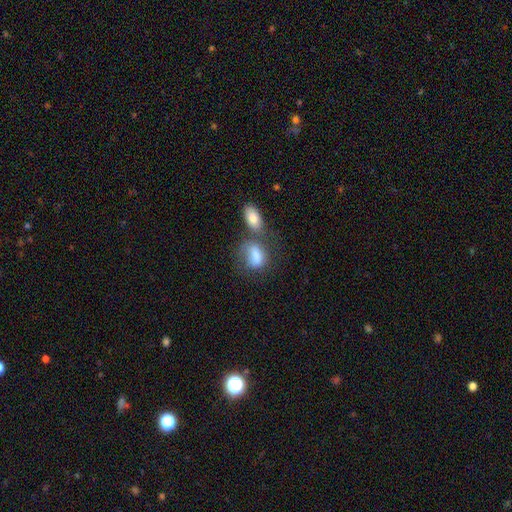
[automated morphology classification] type=smooth (77%); roundness=in between (79%); merging=merger (37%).